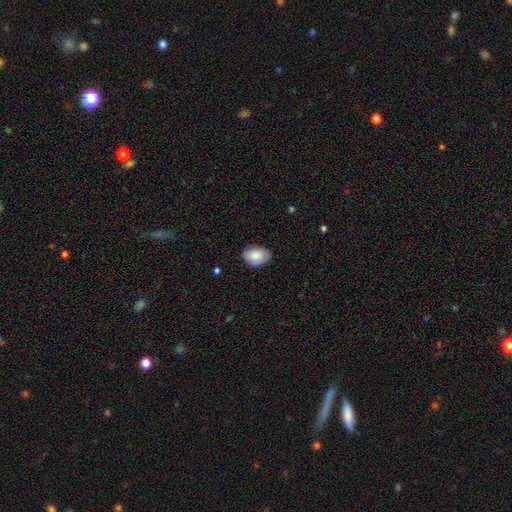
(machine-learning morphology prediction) A smooth galaxy with no disk features (85%) that is in between round and cigar-shaped (83%).

Vote fractions:
- Smooth or featured? smooth: 85% / featured or disk: 8% / star or artifact: 6%
- How rounded? in between: 83% / round: 16% / cigar-shaped: 1%
- Merging? none: 80% / minor disturbance: 16% / major disturbance: 3% / merger: 1%